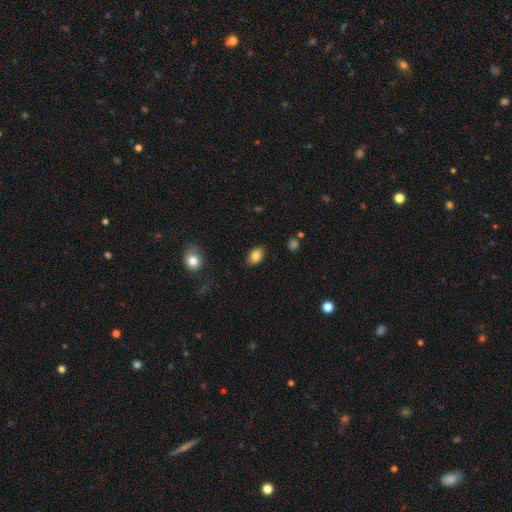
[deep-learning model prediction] This is clearly a smooth galaxy (83%). How rounded: clearly in between (85%). Merging: clearly none (86%).